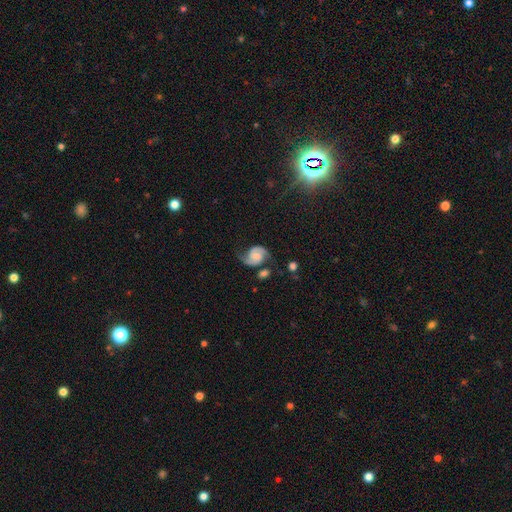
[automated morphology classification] smooth_or_featured: featured or disk (p=0.84) [alt: smooth p=0.10]
disk_edge_on: no (p=0.98) [alt: yes p=0.02]
bar: no (p=0.57) [alt: weak p=0.34]
has_spiral_arms: yes (p=0.97) [alt: no p=0.03]
spiral_winding: medium (p=0.51) [alt: loose p=0.28]
spiral_arm_count: 2 (p=0.92) [alt: can't tell p=0.03]
bulge_size: small (p=0.38) [alt: moderate p=0.35]
merging: none (p=0.64) [alt: minor disturbance p=0.19]